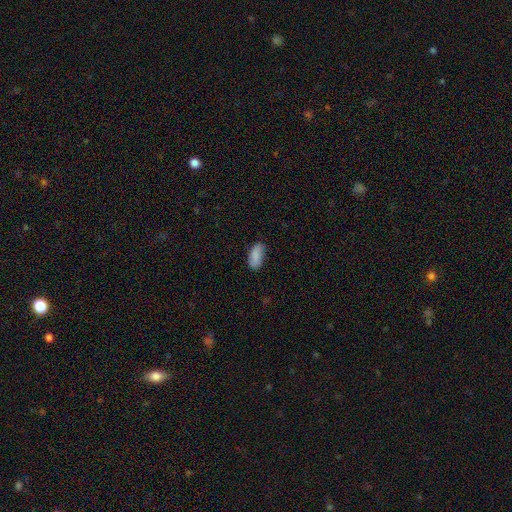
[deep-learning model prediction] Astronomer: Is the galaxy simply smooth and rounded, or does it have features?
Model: smooth — 87%.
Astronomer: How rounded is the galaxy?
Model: in between — 90%.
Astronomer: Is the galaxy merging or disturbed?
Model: none — 74%.